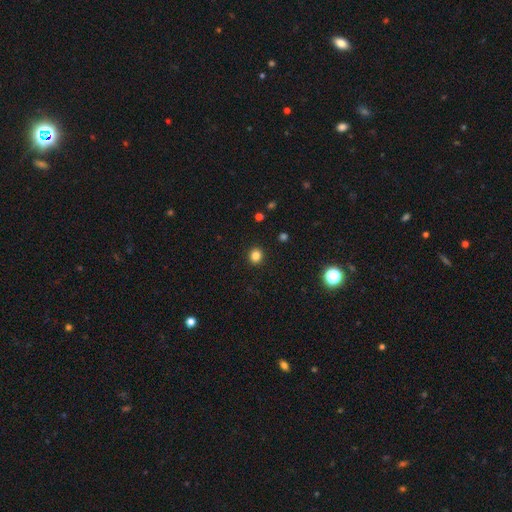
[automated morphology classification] The model was most divided on "how rounded": round: 84%, in between: 15%, cigar-shaped: 1%. More confident: merging — none (92%); smooth or featured — smooth (83%).